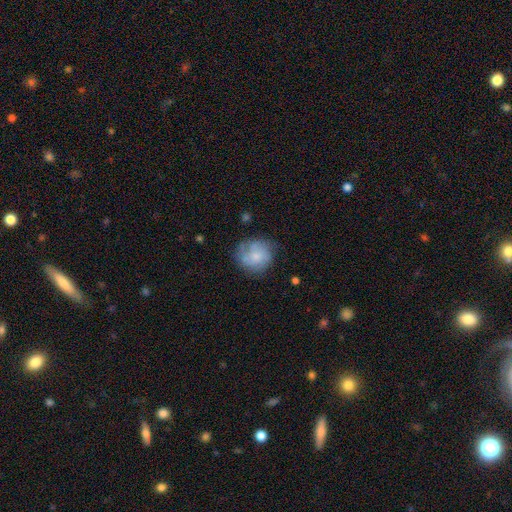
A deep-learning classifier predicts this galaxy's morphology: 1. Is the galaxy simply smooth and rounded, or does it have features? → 49% smooth, 43% featured or disk, 8% star or artifact.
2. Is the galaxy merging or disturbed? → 67% none, 22% minor disturbance, 9% major disturbance, 2% merger.